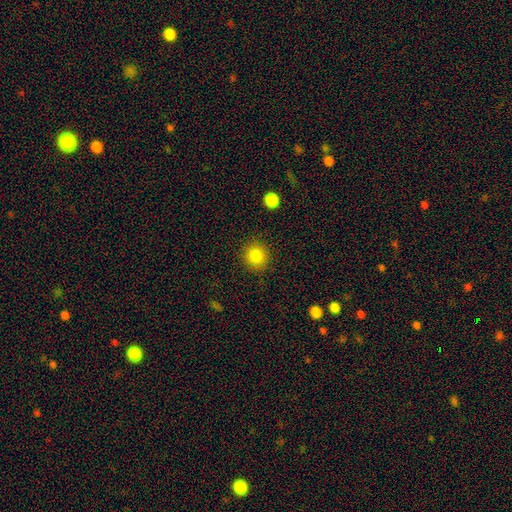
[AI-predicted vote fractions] Morphology: type=smooth (84%); roundness=round (87%); merging=none (89%).